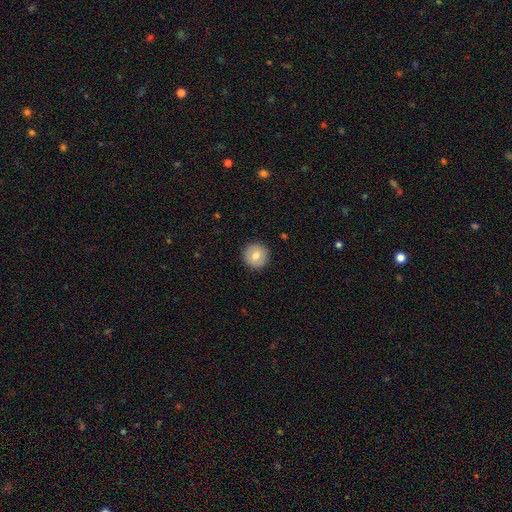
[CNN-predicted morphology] A smooth galaxy with no disk features (76%) that is round (96%).

Vote fractions:
- Smooth or featured? smooth: 76% / featured or disk: 16% / star or artifact: 8%
- How rounded? round: 96% / in between: 3% / cigar-shaped: 1%
- Merging? none: 92% / minor disturbance: 6% / major disturbance: 2% / merger: 1%